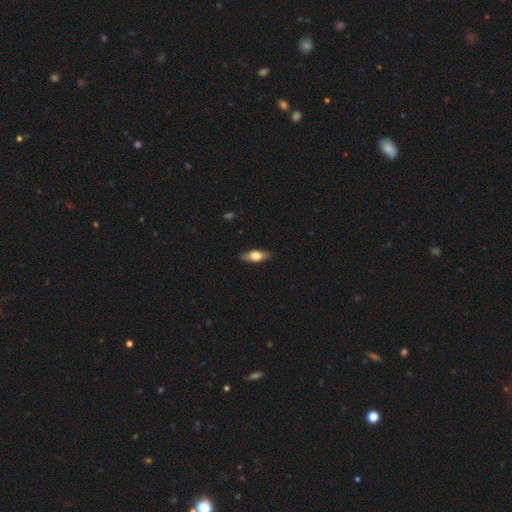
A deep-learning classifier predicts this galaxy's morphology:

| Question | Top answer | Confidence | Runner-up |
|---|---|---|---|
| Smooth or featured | smooth | 69% | featured or disk (24%) |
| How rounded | in between | 74% | cigar-shaped (22%) |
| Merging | none | 85% | minor disturbance (11%) |